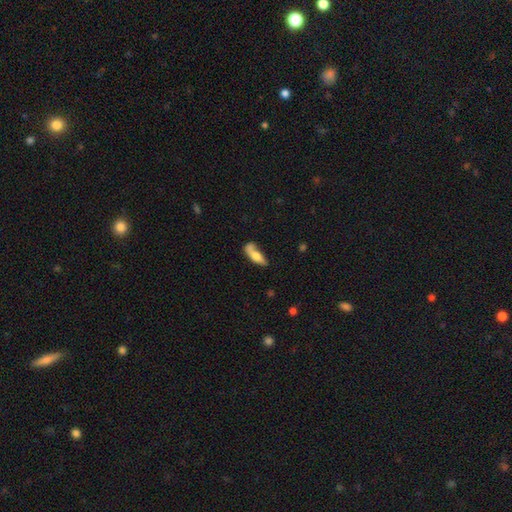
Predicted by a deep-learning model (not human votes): Overall: smooth (65%; featured or disk 28%). How rounded: cigar-shaped (50%; in between 47%). Merging: none (46%; minor disturbance 26%).